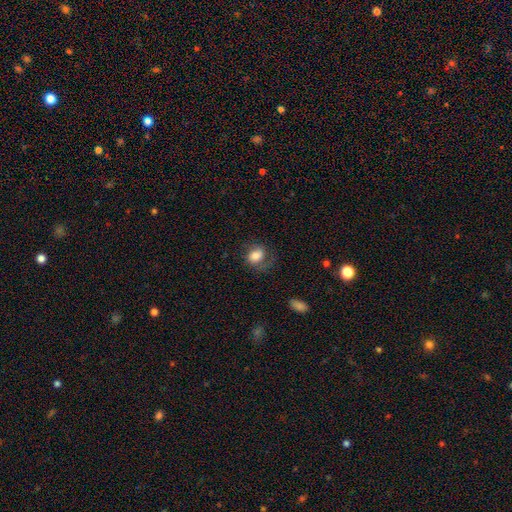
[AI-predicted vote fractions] smooth_or_featured: smooth (p=0.70) [alt: featured or disk p=0.21]
how_rounded: in between (p=0.56) [alt: round p=0.43]
merging: none (p=0.53) [alt: minor disturbance p=0.23]